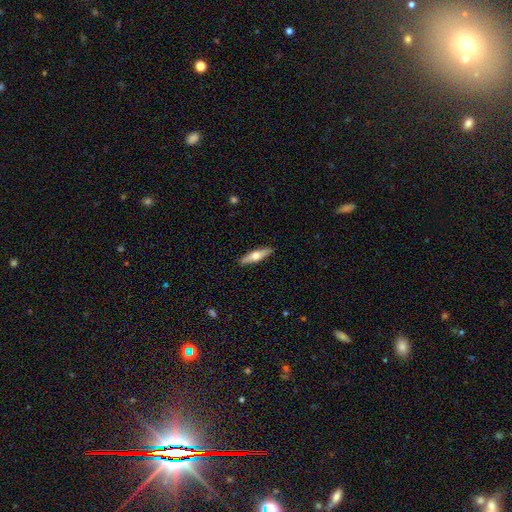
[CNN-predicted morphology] Smooth or featured?
  - smooth: 48% *
  - featured or disk: 47%
  - star or artifact: 6%
Merging?
  - none: 90% *
  - minor disturbance: 8%
  - major disturbance: 2%
  - merger: 1%